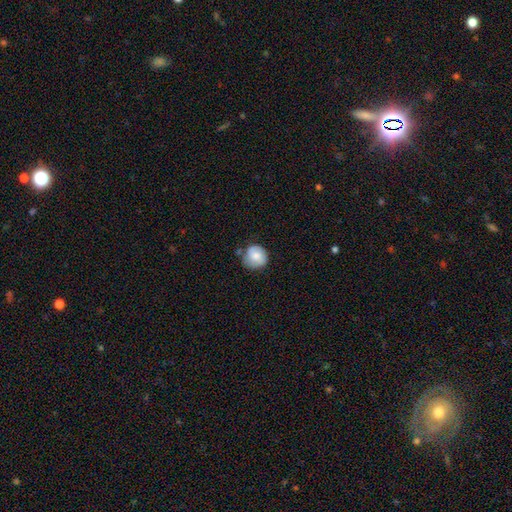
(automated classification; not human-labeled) Smooth or featured? Predicted: smooth (p=0.73). How rounded? Predicted: round (p=0.89). Merging? Predicted: none (p=0.64).